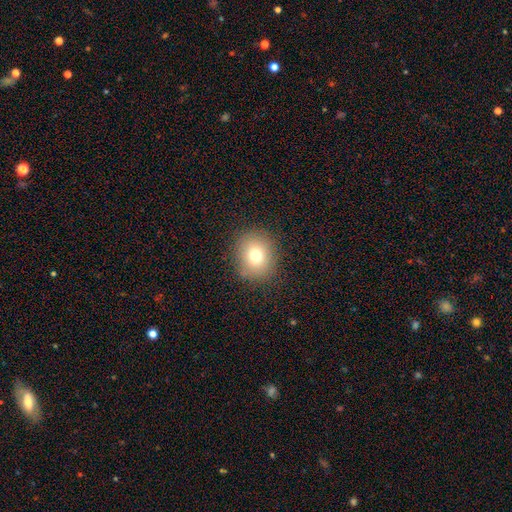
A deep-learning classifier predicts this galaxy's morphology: smooth_or_featured: smooth (p=0.75) [alt: star or artifact p=0.13]
how_rounded: round (p=0.79) [alt: in between p=0.21]
merging: none (p=0.87) [alt: minor disturbance p=0.09]